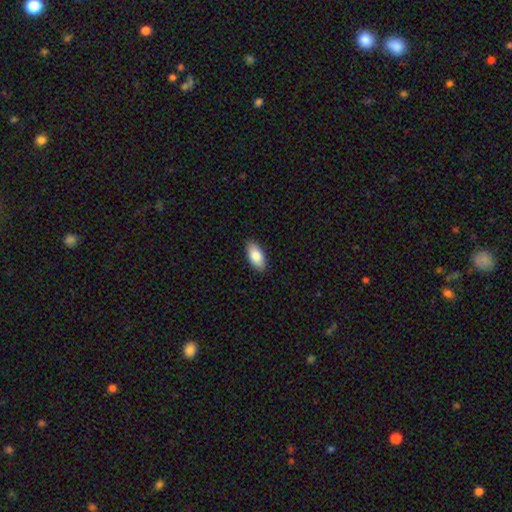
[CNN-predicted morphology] A smooth galaxy with no disk features (86%) that is in between round and cigar-shaped (91%).

Vote fractions:
- Smooth or featured? smooth: 86% / featured or disk: 8% / star or artifact: 6%
- How rounded? in between: 91% / cigar-shaped: 6% / round: 2%
- Merging? none: 89% / minor disturbance: 9% / major disturbance: 2% / merger: 1%